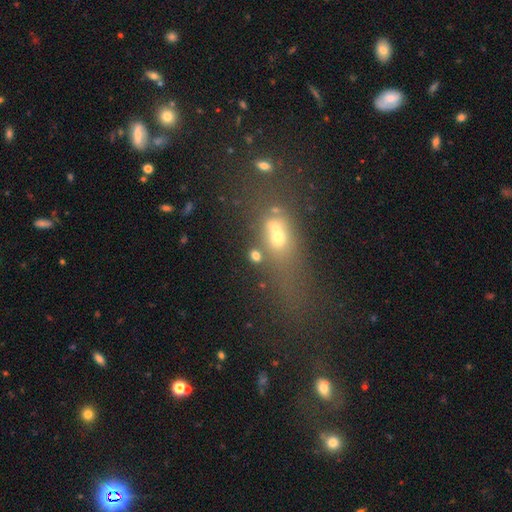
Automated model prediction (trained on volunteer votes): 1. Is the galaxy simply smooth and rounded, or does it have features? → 59% smooth, 22% star or artifact, 19% featured or disk.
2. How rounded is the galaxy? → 47% in between, 43% round, 11% cigar-shaped.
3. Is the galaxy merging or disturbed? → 44% none, 36% merger, 10% minor disturbance, 10% major disturbance.